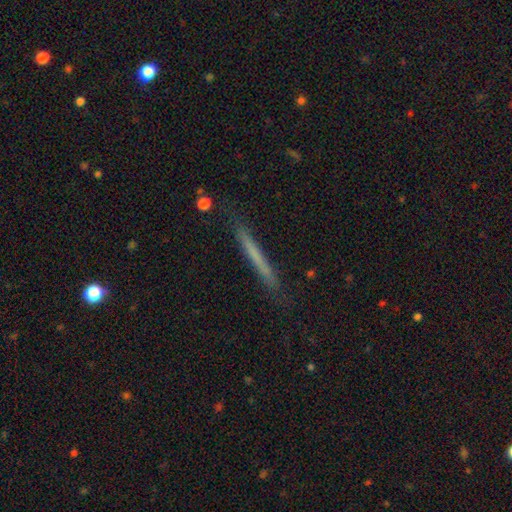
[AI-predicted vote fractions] Smooth or featured? smooth (57%)
How rounded? cigar-shaped (97%)
Merging? none (86%)